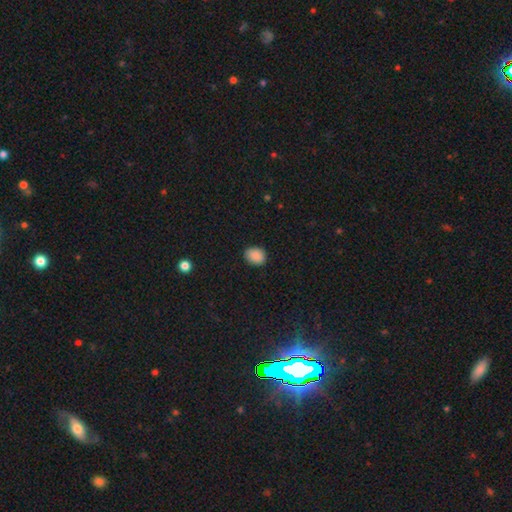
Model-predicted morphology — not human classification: Smooth or featured: smooth — 88% (star or artifact — 9%)
How rounded: round — 57% (in between — 42%)
Merging: none — 87% (minor disturbance — 10%)